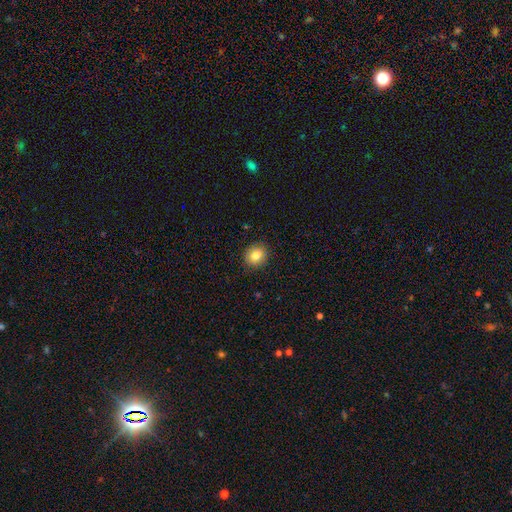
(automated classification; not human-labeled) Smooth or featured: smooth — 81% (star or artifact — 10%)
How rounded: round — 71% (in between — 28%)
Merging: none — 88% (minor disturbance — 8%)